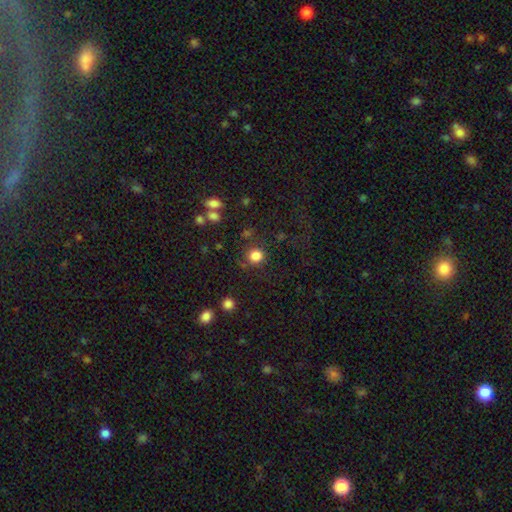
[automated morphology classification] This appears to be a smooth galaxy with no disk features (83%) that is round (89%). Merging: none (81%).